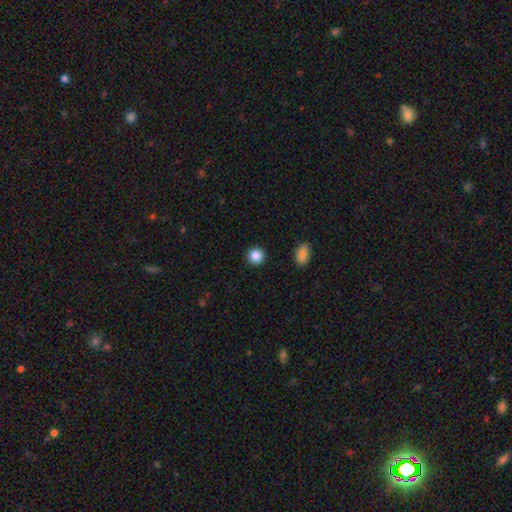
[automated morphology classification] Q: Smooth or featured?
A: smooth (87%); runner-up: star or artifact (9%)
Q: How rounded?
A: round (94%); runner-up: in between (6%)
Q: Merging?
A: none (92%); runner-up: minor disturbance (5%)